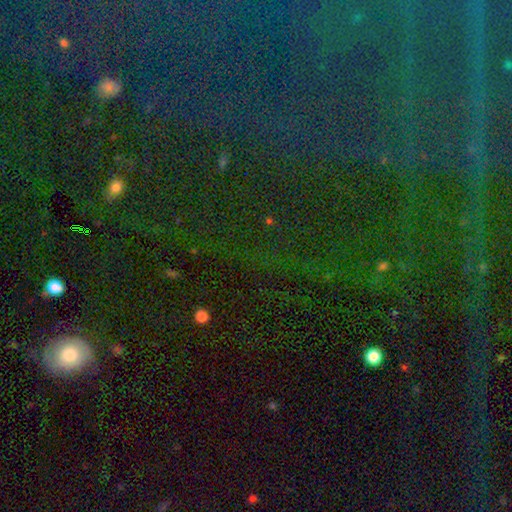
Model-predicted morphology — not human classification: Smooth or featured? star or artifact (74%)